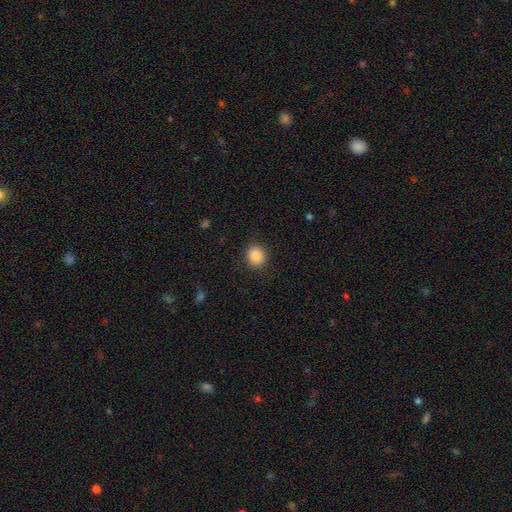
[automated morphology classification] type=smooth (87%); roundness=round (81%); merging=none (89%).